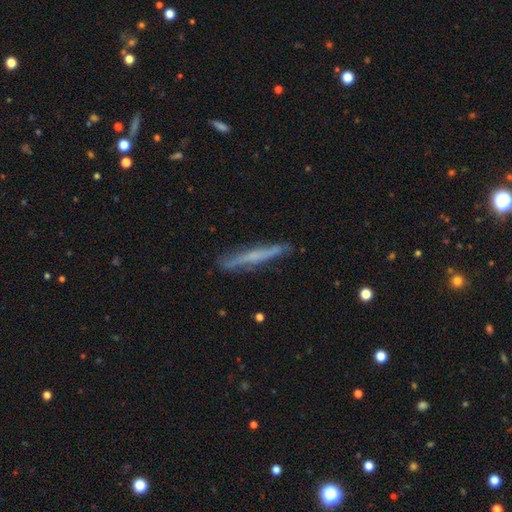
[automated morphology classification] featured or disk 53%, smooth 39%, star or artifact 7%. Down the decision tree: edge-on disk — yes (93%); merging — none (84%).